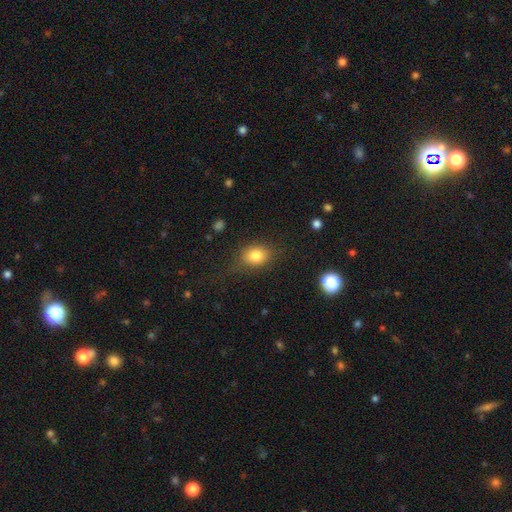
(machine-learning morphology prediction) type=smooth (81%); roundness=in between (62%); merging=none (69%).